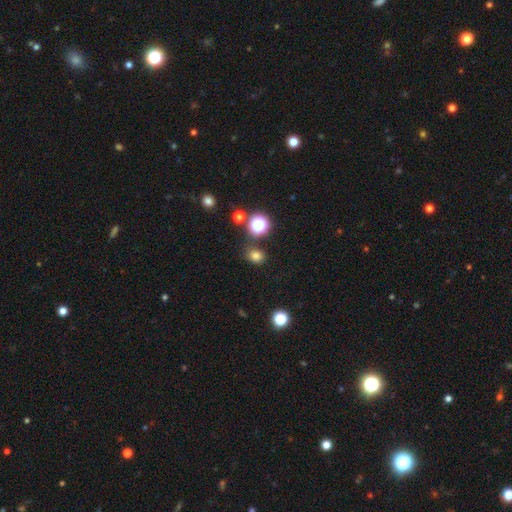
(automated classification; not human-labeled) Q: Smooth or featured?
A: smooth (76%); runner-up: star or artifact (19%)
Q: How rounded?
A: round (65%); runner-up: in between (34%)
Q: Merging?
A: none (81%); runner-up: minor disturbance (11%)